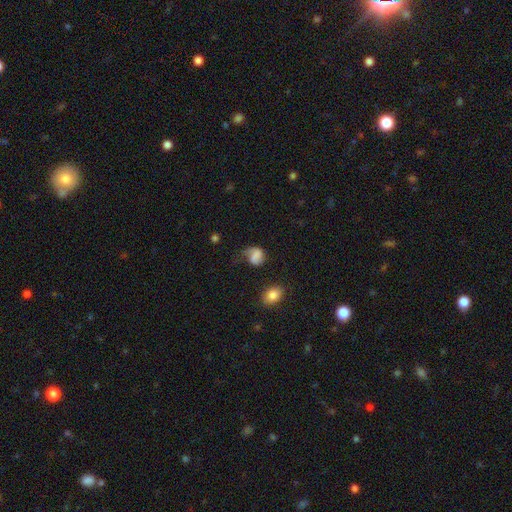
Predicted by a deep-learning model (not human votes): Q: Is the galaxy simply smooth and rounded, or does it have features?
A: smooth — 67%.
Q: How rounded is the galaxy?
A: in between — 50%.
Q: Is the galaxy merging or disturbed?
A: none — 35%.